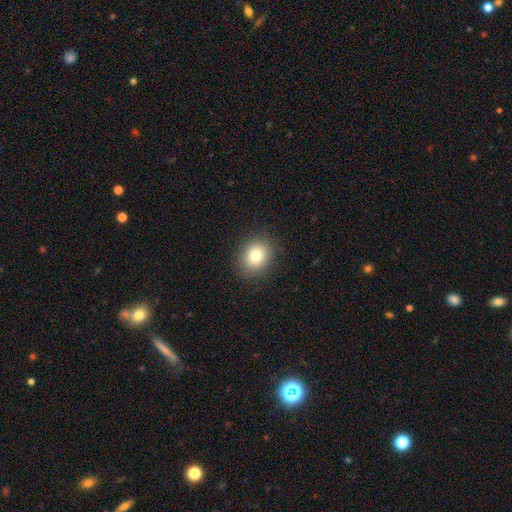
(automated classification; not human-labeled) This appears to be a smooth galaxy with no disk features (80%) that is round (65%). Merging: none (89%).